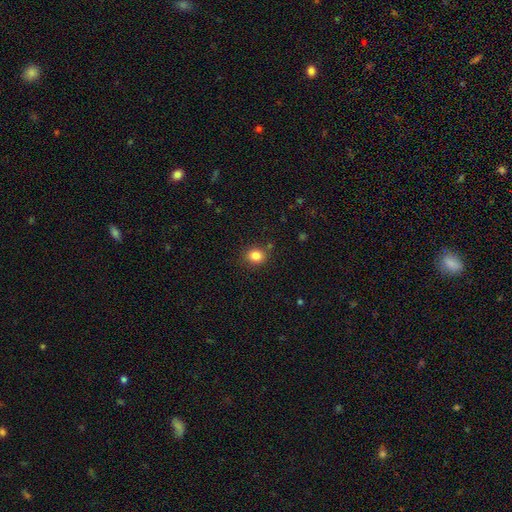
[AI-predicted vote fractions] The model was most divided on "how rounded": round: 69%, in between: 30%, cigar-shaped: 1%. More confident: smooth or featured — smooth (84%); merging — none (84%).